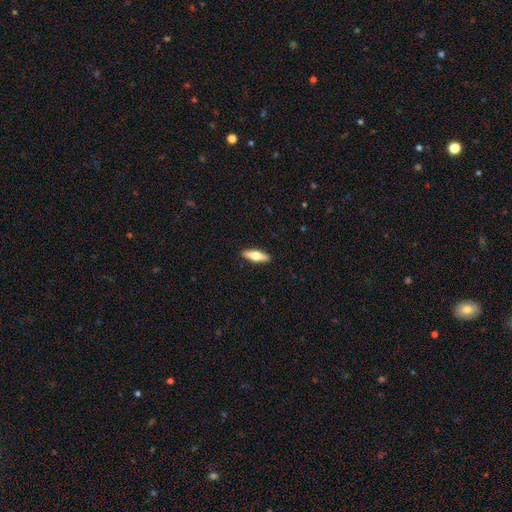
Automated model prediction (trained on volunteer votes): This is possibly a smooth galaxy (53%). How rounded: possibly cigar-shaped (56%). Merging: clearly none (91%).